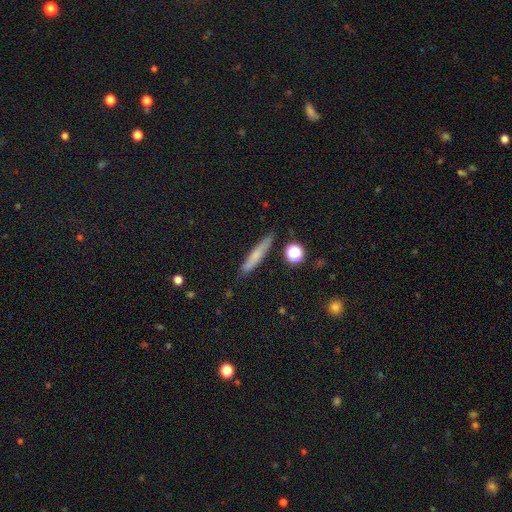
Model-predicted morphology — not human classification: The model was most divided on "smooth or featured": smooth: 68%, featured or disk: 23%, star or artifact: 9%. More confident: how rounded — cigar-shaped (90%); merging — none (84%).